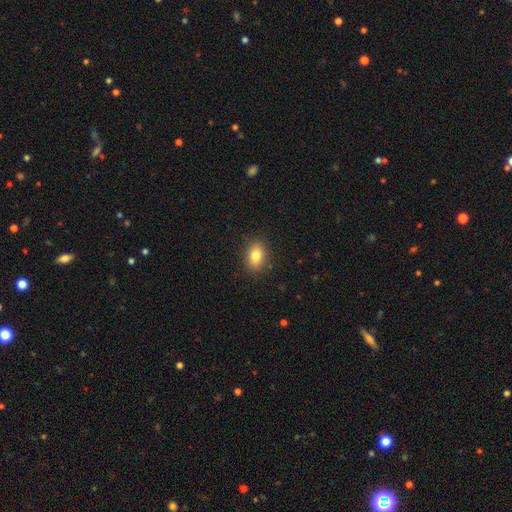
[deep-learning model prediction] A smooth galaxy with no disk features (82%) that is in between round and cigar-shaped (78%).

Vote fractions:
- Smooth or featured? smooth: 82% / star or artifact: 9% / featured or disk: 8%
- How rounded? in between: 78% / round: 20% / cigar-shaped: 2%
- Merging? none: 87% / minor disturbance: 9% / major disturbance: 2% / merger: 1%